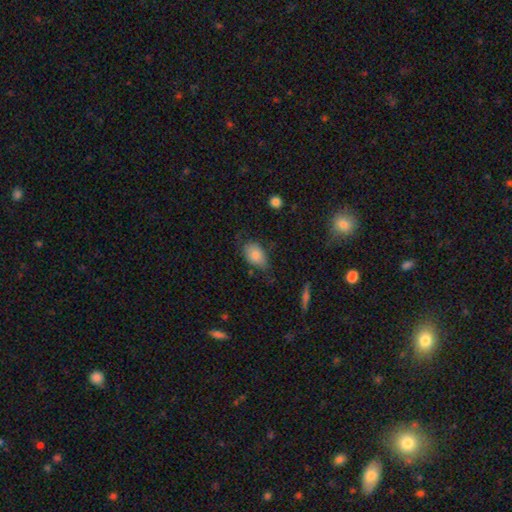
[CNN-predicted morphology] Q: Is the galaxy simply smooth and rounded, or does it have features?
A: smooth — 85%.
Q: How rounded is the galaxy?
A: in between — 85%.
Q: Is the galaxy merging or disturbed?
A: none — 56%.